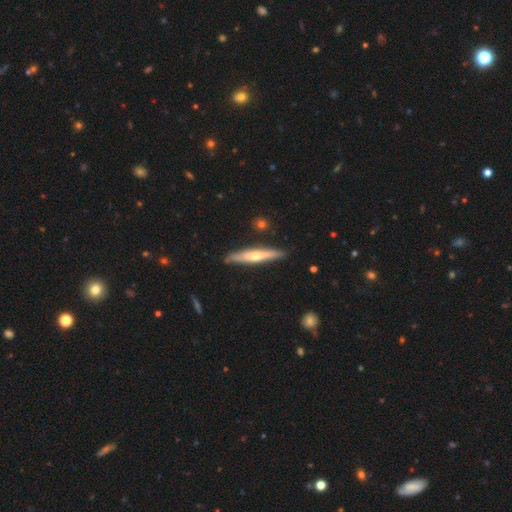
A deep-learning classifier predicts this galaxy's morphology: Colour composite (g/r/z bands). It shows a featured or disk galaxy (58%) viewed edge-on (93%) with a rounded central bulge (78%). Merging: none (87%).